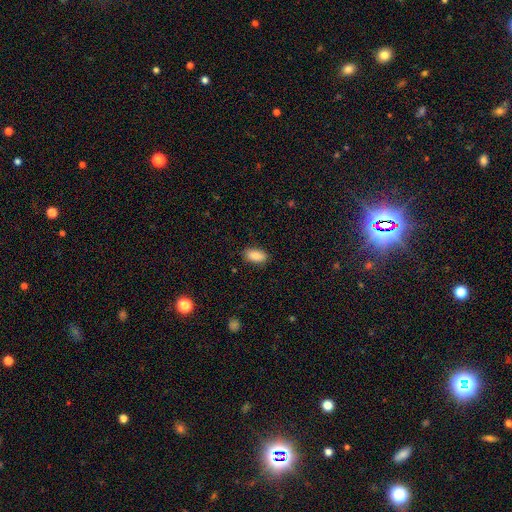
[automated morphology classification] smooth 89%, star or artifact 7%, featured or disk 4%. Down the decision tree: how rounded — in between (92%); merging — none (87%).